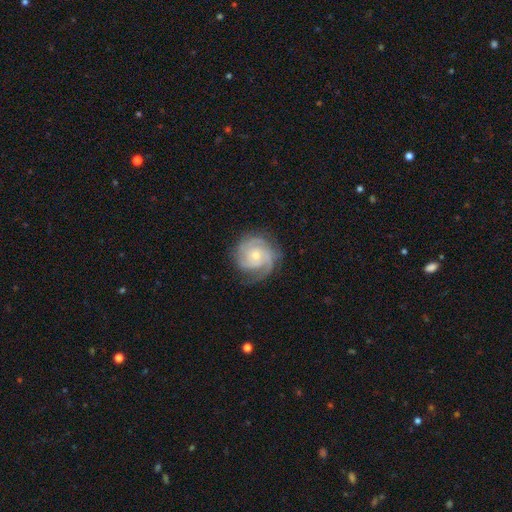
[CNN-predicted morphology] This is clearly a featured or disk galaxy (85%). It is clearly not viewed edge-on (98%). Bar: likely no (75%). Spiral arm pattern: clearly yes (97%). Spiral arm count: marginally 3 (41%). Spiral winding: likely tight (63%). Central bulge: possibly small (56%). Merging: likely none (74%).